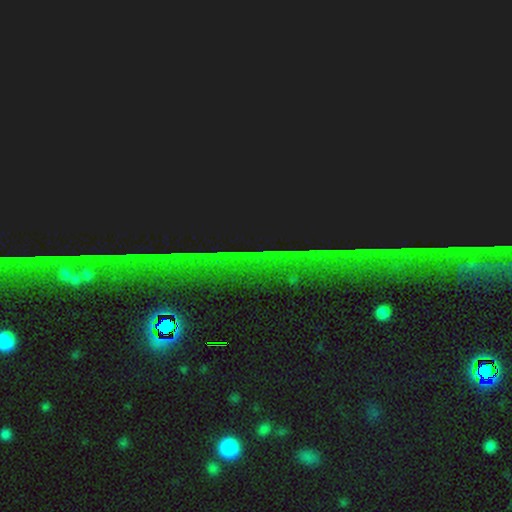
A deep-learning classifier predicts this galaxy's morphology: Smooth or featured? Predicted: star or artifact (p=0.85).